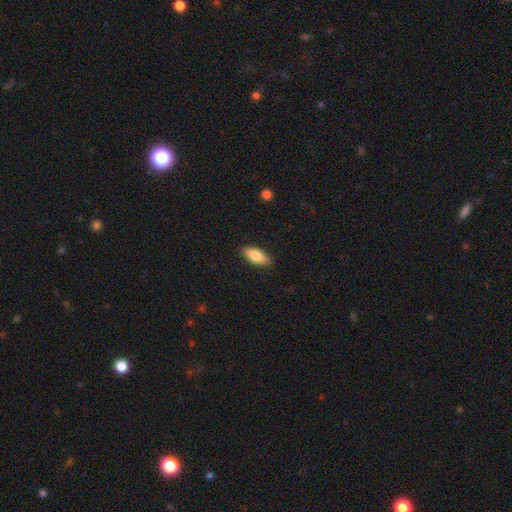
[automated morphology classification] smooth-or-featured: smooth: 81% | featured or disk: 13% | star or artifact: 6%
  how-rounded: in between: 83% | cigar-shaped: 14% | round: 3%
  merging: none: 87% | minor disturbance: 10% | major disturbance: 2% | merger: 1%